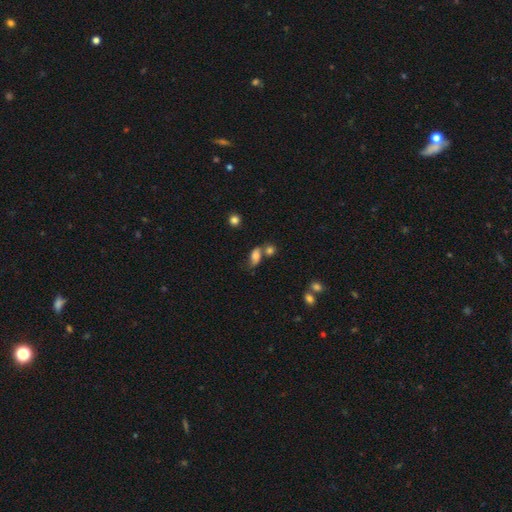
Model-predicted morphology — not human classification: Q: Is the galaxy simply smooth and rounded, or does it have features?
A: smooth — 72%.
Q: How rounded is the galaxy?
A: in between — 82%.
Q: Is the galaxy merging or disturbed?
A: none — 43%.